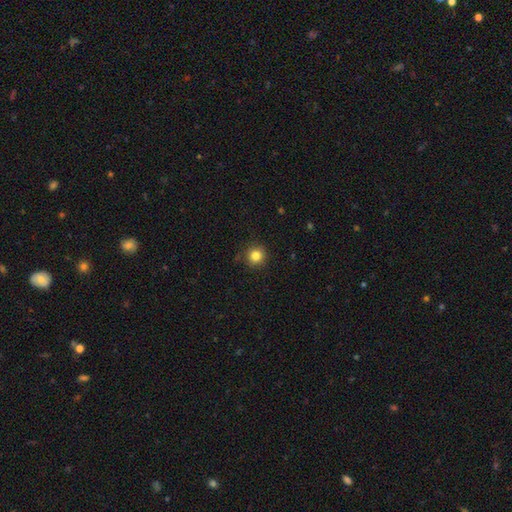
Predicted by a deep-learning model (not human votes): The model was most divided on "smooth or featured": smooth: 83%, star or artifact: 12%, featured or disk: 5%. More confident: how rounded — round (93%); merging — none (89%).